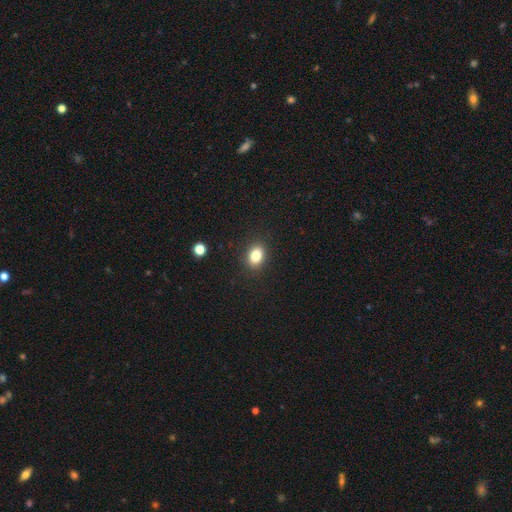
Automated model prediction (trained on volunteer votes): This appears to be a smooth galaxy with no disk features (83%) that is in between round and cigar-shaped (70%). Merging: none (89%).